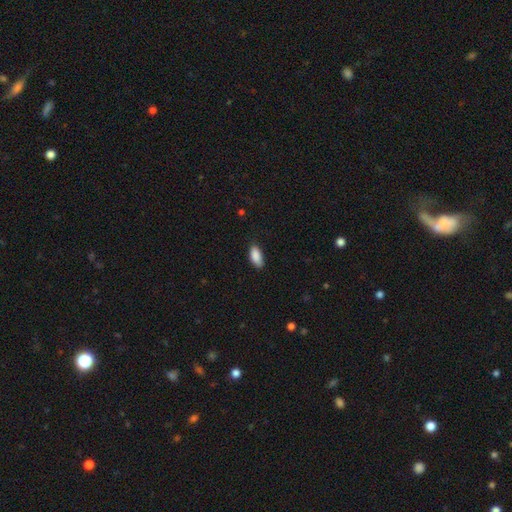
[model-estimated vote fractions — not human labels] A smooth galaxy with no disk features (89%) that is in between round and cigar-shaped (88%). Merging: none (80%).